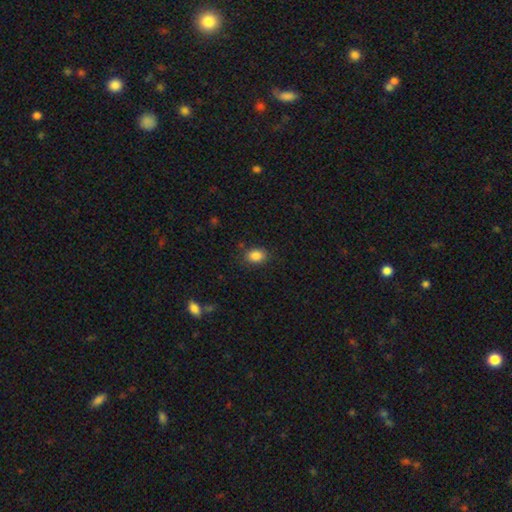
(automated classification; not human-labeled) A smooth galaxy with no disk features (86%) that is in between round and cigar-shaped (64%).

Vote fractions:
- Smooth or featured? smooth: 86% / star or artifact: 9% / featured or disk: 5%
- How rounded? in between: 64% / round: 35% / cigar-shaped: 1%
- Merging? none: 79% / minor disturbance: 15% / major disturbance: 4% / merger: 2%